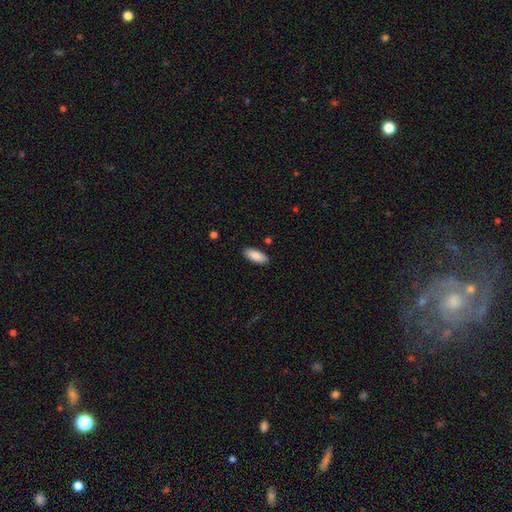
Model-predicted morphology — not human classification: This is clearly a smooth galaxy (89%). How rounded: clearly in between (84%). Merging: clearly none (88%).